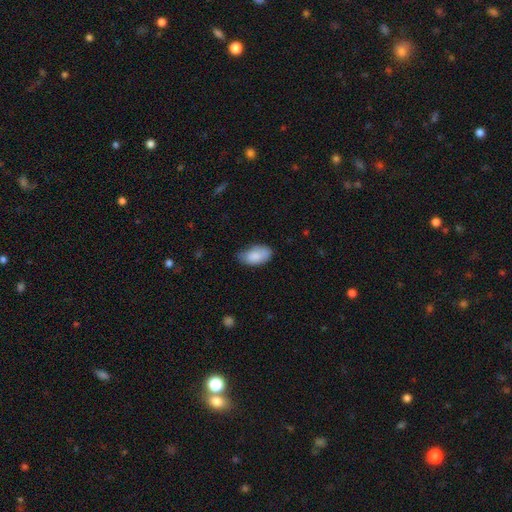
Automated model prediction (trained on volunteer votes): A smooth galaxy with no disk features (85%) that is in between round and cigar-shaped (94%). Merging: none (59%).